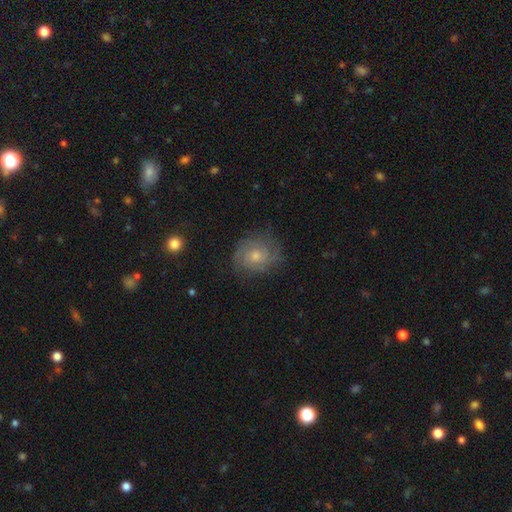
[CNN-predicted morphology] Smooth or featured? Predicted: featured or disk (p=0.62). Edge-on disk? Predicted: no (p=0.97). Bar? Predicted: no (p=0.77). Spiral arms? Predicted: yes (p=0.87). Spiral winding? Predicted: tight (p=0.62). Spiral arm count? Predicted: can't tell (p=0.40). Bulge size? Predicted: moderate (p=0.53). Merging? Predicted: none (p=0.75).